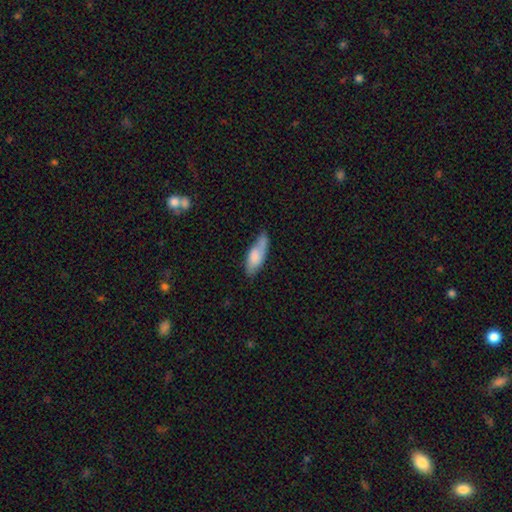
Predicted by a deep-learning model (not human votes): Smooth or featured: smooth — 67% (featured or disk — 27%)
How rounded: in between — 68% (cigar-shaped — 30%)
Merging: none — 60% (minor disturbance — 30%)